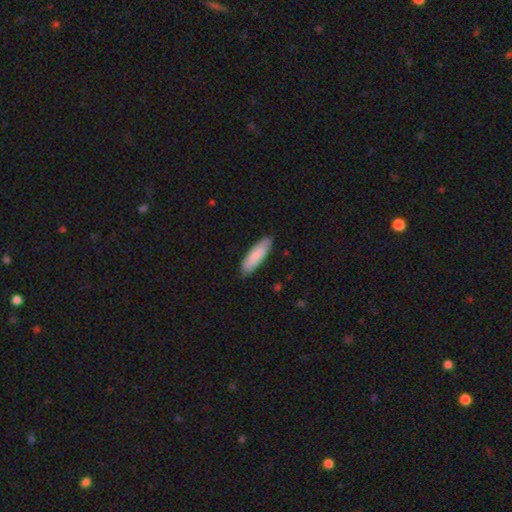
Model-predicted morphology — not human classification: Q: Smooth or featured?
A: smooth (86%); runner-up: featured or disk (9%)
Q: How rounded?
A: cigar-shaped (54%); runner-up: in between (45%)
Q: Merging?
A: none (85%); runner-up: minor disturbance (12%)